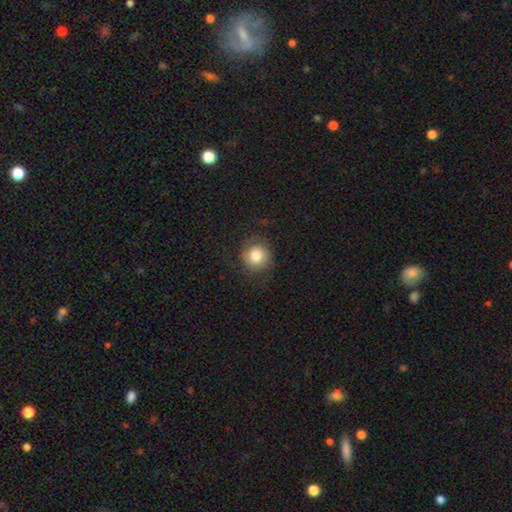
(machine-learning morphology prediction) A smooth galaxy with no disk features (79%) that is round (90%).

Vote fractions:
- Smooth or featured? smooth: 79% / featured or disk: 12% / star or artifact: 9%
- How rounded? round: 90% / in between: 9% / cigar-shaped: 1%
- Merging? none: 77% / minor disturbance: 14% / major disturbance: 8% / merger: 1%